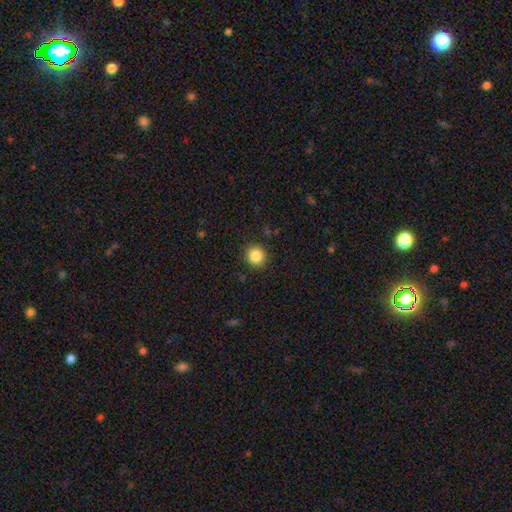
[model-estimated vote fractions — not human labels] This appears to be a smooth galaxy with no disk features (86%) that is round (92%). Merging: none (90%).